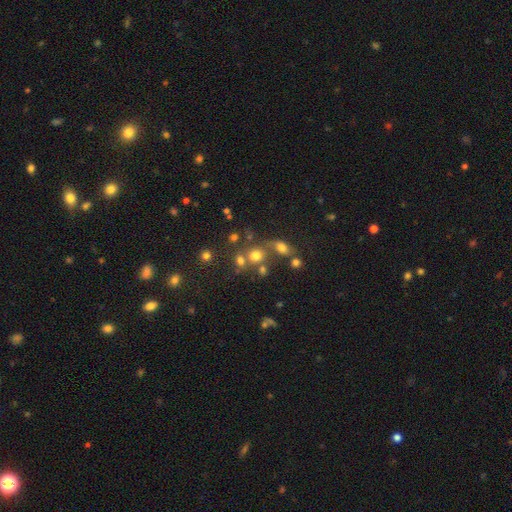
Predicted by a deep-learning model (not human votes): Overall: smooth (68%). How rounded: round (77%). Merging: none (51%; merger 31%).